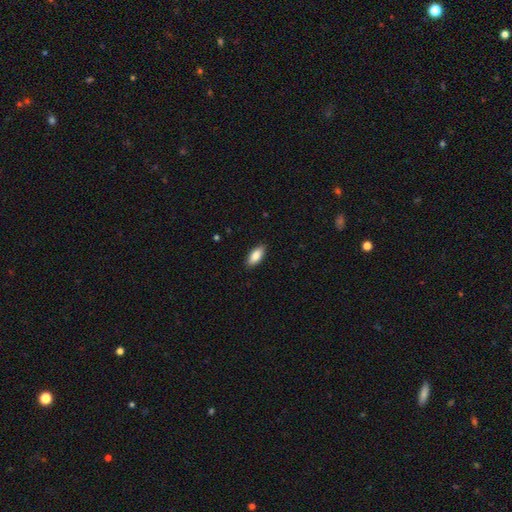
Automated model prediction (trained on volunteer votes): Q: Smooth or featured?
A: smooth (86%); runner-up: featured or disk (9%)
Q: How rounded?
A: in between (85%); runner-up: cigar-shaped (13%)
Q: Merging?
A: none (88%); runner-up: minor disturbance (9%)